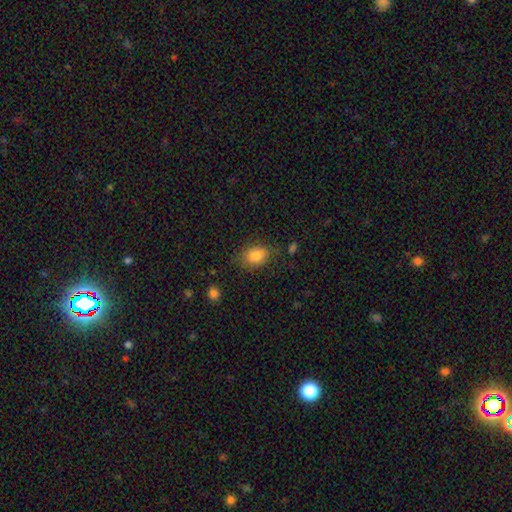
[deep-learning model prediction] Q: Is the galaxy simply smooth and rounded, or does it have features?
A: smooth — 82%.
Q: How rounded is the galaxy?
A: in between — 72%.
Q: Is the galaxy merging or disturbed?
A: none — 74%.